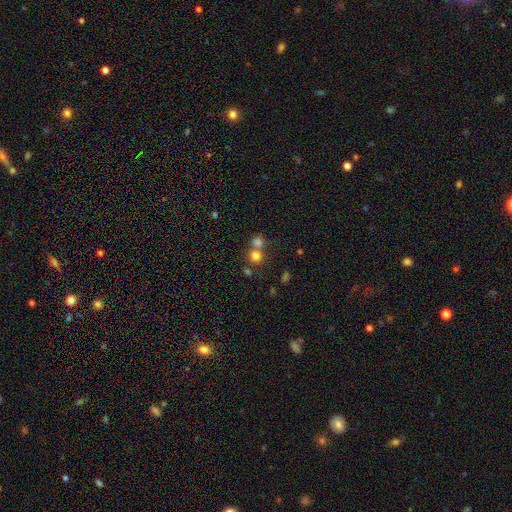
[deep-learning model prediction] smooth 76%, star or artifact 15%, featured or disk 8%. Down the decision tree: how rounded — round (87%); merging — none (50%).